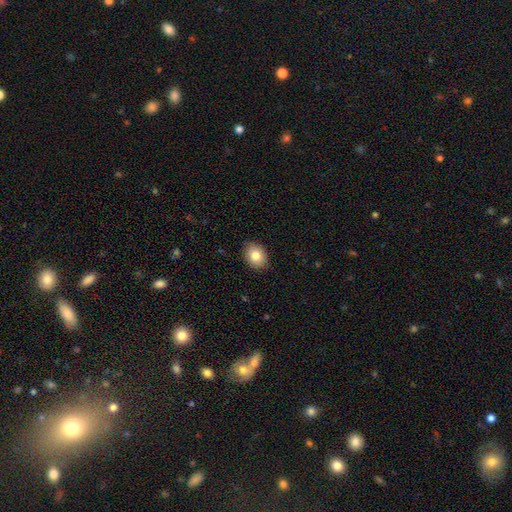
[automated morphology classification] smooth-or-featured: smooth: 82% | featured or disk: 9% | star or artifact: 9%
  how-rounded: in between: 55% | round: 45% | cigar-shaped: 1%
  merging: none: 87% | minor disturbance: 11% | major disturbance: 2% | merger: 1%